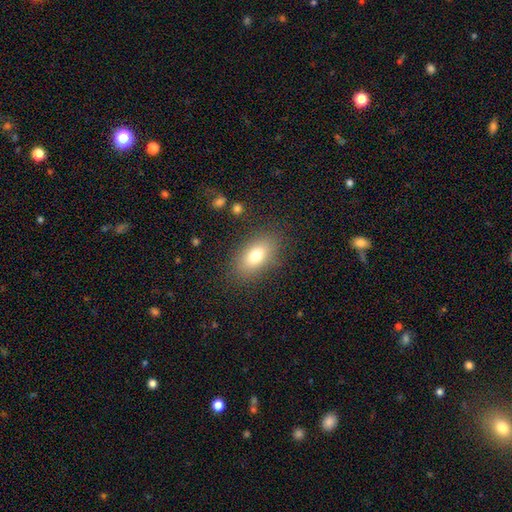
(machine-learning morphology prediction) smooth 76%, featured or disk 14%, star or artifact 9%. Down the decision tree: how rounded — in between (87%); merging — none (84%).